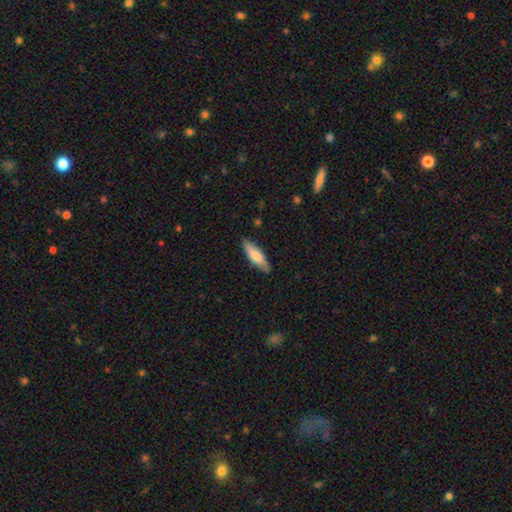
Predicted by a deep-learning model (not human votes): Smooth or featured: smooth — 74% (featured or disk — 21%)
How rounded: cigar-shaped — 54% (in between — 44%)
Merging: none — 86% (minor disturbance — 11%)